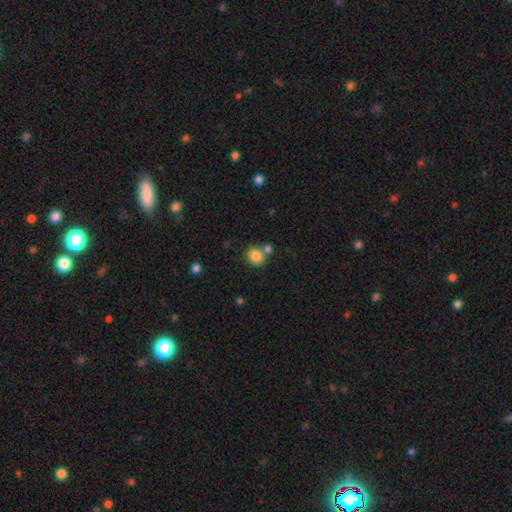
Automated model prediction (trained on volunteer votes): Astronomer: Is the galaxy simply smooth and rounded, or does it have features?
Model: smooth — 84%.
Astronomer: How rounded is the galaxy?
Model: round — 80%.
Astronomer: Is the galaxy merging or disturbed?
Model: none — 65%.